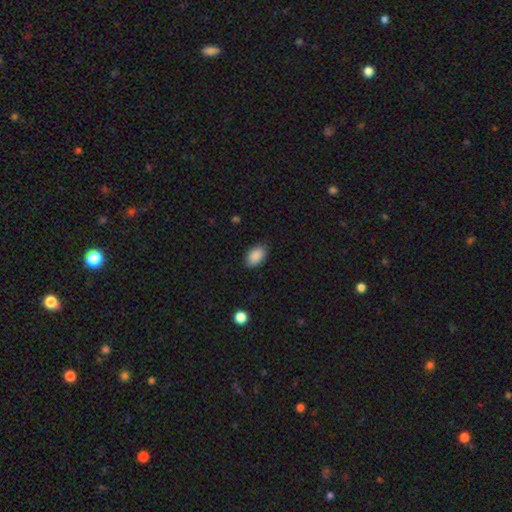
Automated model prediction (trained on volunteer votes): Smooth or featured: smooth — 89% (star or artifact — 7%)
How rounded: in between — 90% (round — 9%)
Merging: none — 85% (minor disturbance — 12%)